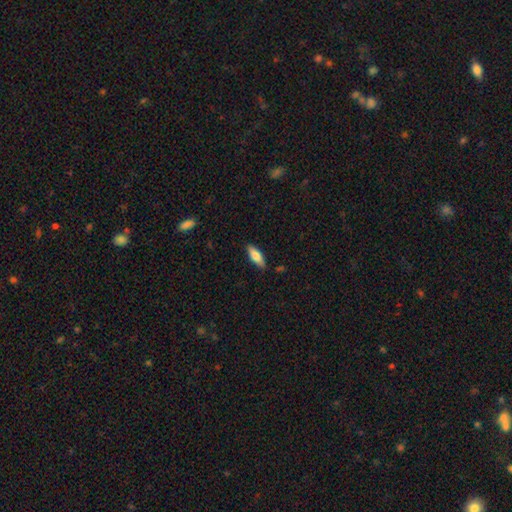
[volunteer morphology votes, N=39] Smooth or featured? smooth (72%)
How rounded? in between (61%)
Merging? none (92%)